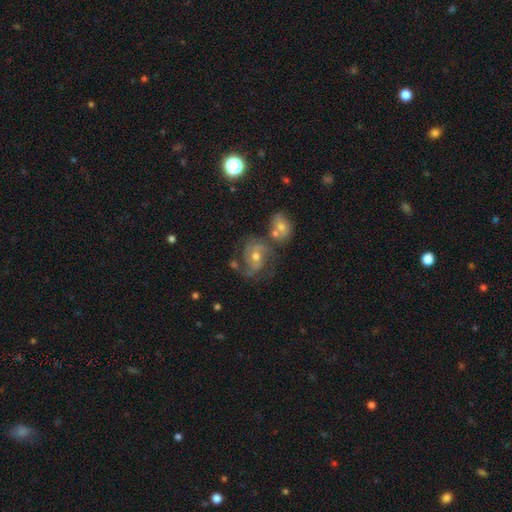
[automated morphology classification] Overall: featured or disk (77%). Edge-on disk: no (97%). Bar: no (54%; weak 36%). Spiral arms: yes (93%). Spiral arm count: 2 (53%; can't tell 18%). Spiral winding: medium (46%; tight 41%). Bulge size: moderate (62%; small 32%). Merging: none (55%; merger 18%).